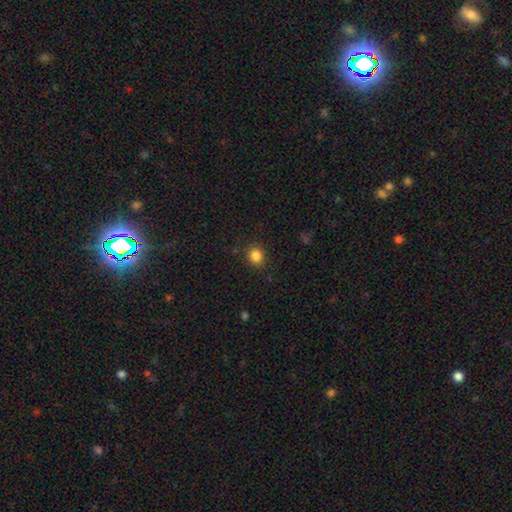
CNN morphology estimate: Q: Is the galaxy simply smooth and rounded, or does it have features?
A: smooth — 84%.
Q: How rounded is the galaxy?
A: round — 78%.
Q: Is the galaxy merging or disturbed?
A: none — 88%.